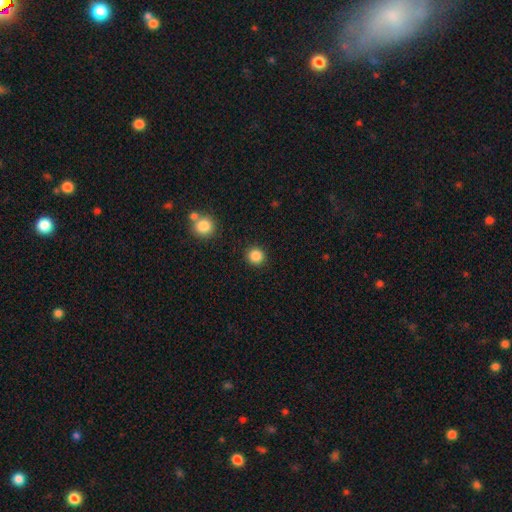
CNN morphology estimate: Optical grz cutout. It shows a smooth galaxy with no disk features (86%) that is round (93%). Merging: none (91%).